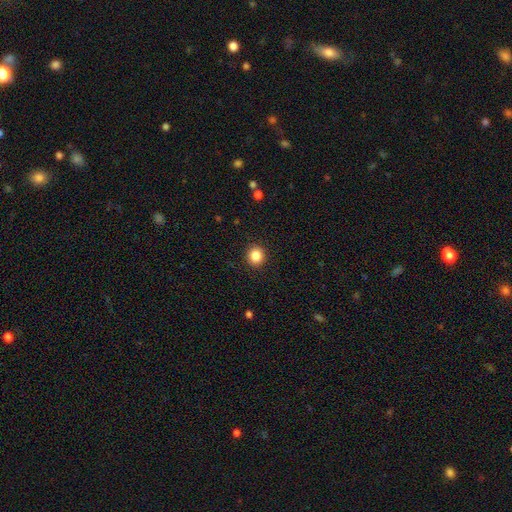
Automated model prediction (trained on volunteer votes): This appears to be a smooth galaxy with no disk features (86%) that is round (86%). Merging: none (91%).